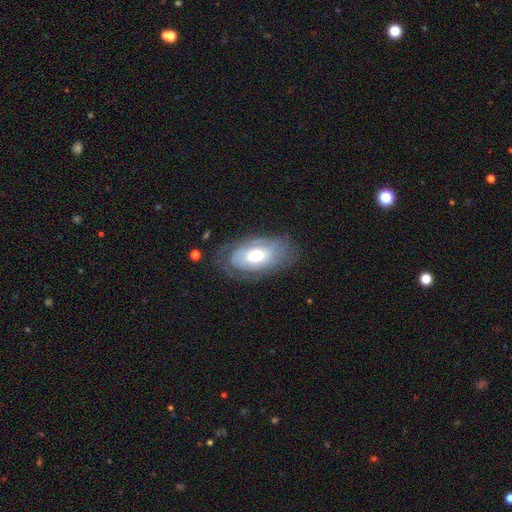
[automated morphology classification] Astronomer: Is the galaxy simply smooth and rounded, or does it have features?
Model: featured or disk — 62%.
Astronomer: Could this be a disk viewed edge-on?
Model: no — 92%.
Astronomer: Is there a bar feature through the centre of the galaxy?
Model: no — 75%.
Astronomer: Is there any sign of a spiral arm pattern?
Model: yes — 60% (runner-up: no, 40%).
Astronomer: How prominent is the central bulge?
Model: moderate — 60%.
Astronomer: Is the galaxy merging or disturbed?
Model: none — 66%.